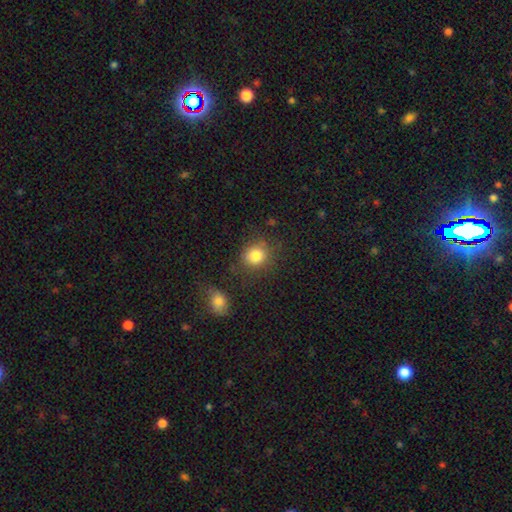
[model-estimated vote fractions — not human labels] This appears to be a smooth galaxy with no disk features (83%) that is round (79%). Merging: none (76%).